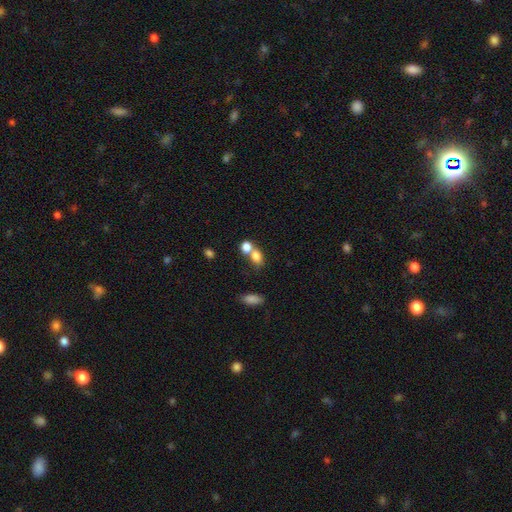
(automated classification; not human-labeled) Smooth or featured? smooth (78%)
How rounded? in between (56%)
Merging? merger (52%)